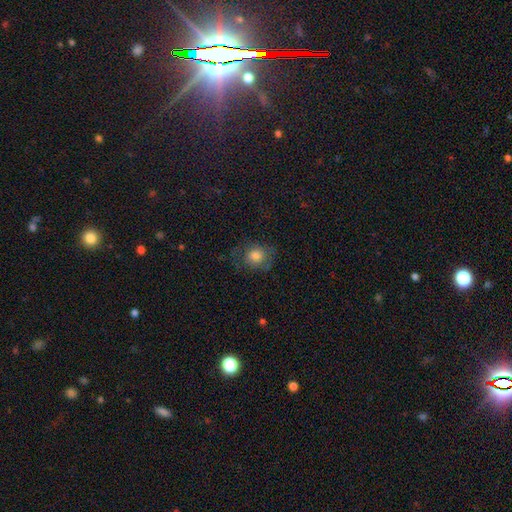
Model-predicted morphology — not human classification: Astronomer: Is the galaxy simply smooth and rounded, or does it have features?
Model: smooth — 74%.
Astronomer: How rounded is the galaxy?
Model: round — 76%.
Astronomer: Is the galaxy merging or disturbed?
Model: none — 64%.